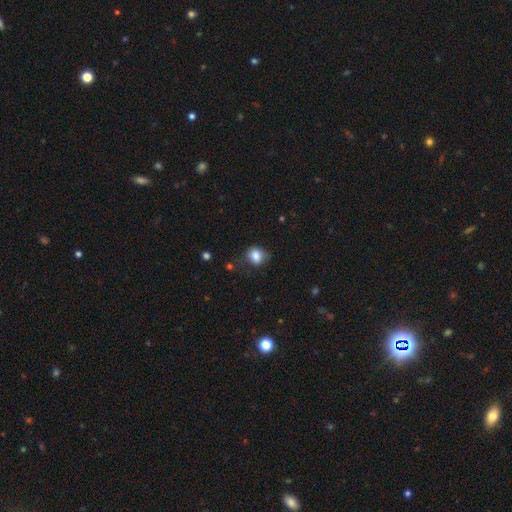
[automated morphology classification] smooth_or_featured: smooth (p=0.84) [alt: star or artifact p=0.09]
how_rounded: round (p=0.61) [alt: in between p=0.39]
merging: none (p=0.62) [alt: minor disturbance p=0.26]